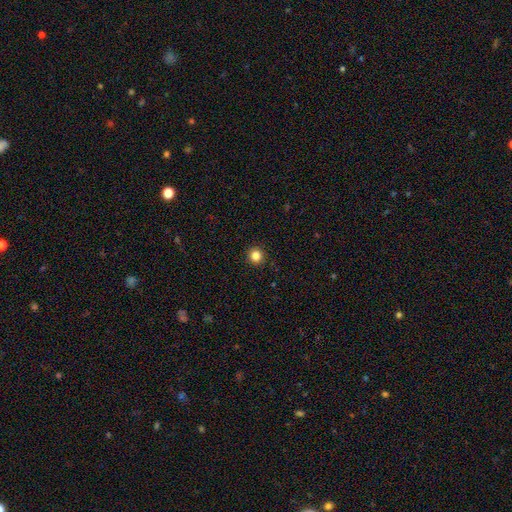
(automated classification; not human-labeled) Smooth or featured? Predicted: smooth (p=0.84). How rounded? Predicted: round (p=0.95). Merging? Predicted: none (p=0.93).